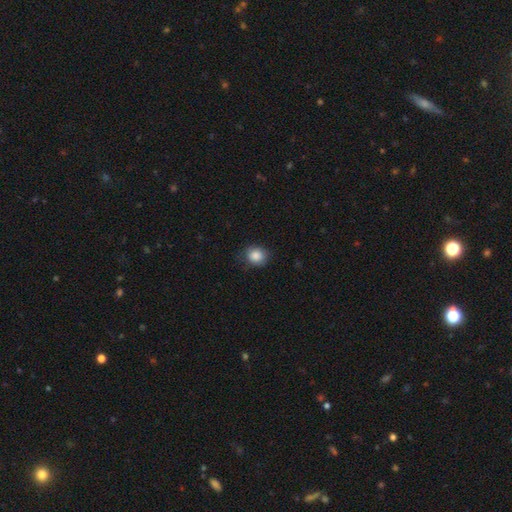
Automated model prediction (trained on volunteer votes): smooth_or_featured: smooth (p=0.87) [alt: star or artifact p=0.09]
how_rounded: round (p=0.81) [alt: in between p=0.18]
merging: none (p=0.79) [alt: minor disturbance p=0.17]